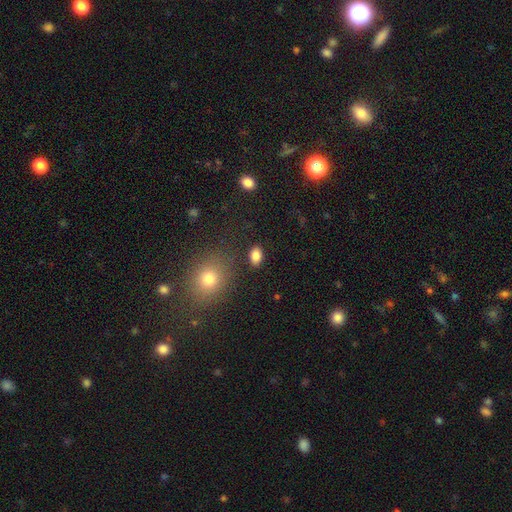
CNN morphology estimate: A smooth galaxy with no disk features (86%) that is in between round and cigar-shaped (85%).

Vote fractions:
- Smooth or featured? smooth: 86% / star or artifact: 10% / featured or disk: 5%
- How rounded? in between: 85% / round: 14% / cigar-shaped: 2%
- Merging? none: 84% / minor disturbance: 10% / major disturbance: 3% / merger: 3%